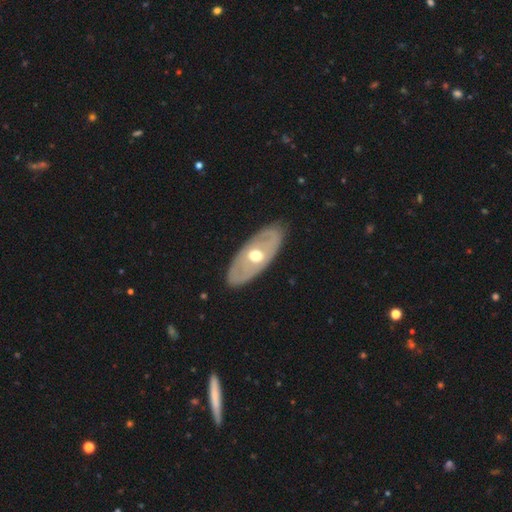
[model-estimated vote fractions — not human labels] Smooth or featured? featured or disk (63%)
Edge-on disk? no (82%)
Bar? no (84%)
Spiral arms? no (76%)
Bulge size? moderate (78%)
Merging? none (84%)